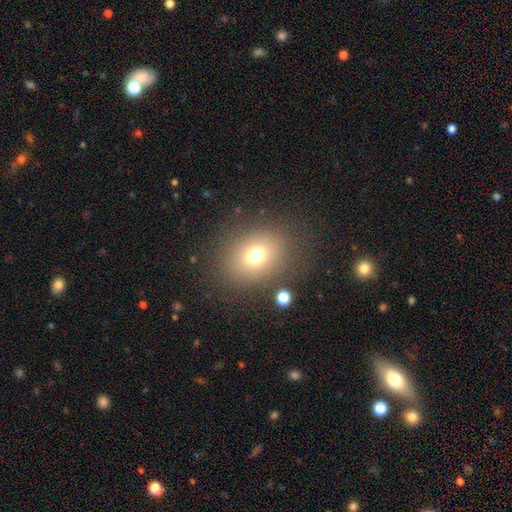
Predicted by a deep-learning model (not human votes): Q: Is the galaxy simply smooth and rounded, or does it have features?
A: smooth — 72%.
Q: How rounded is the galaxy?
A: round — 57%.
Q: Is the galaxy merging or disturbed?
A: none — 81%.